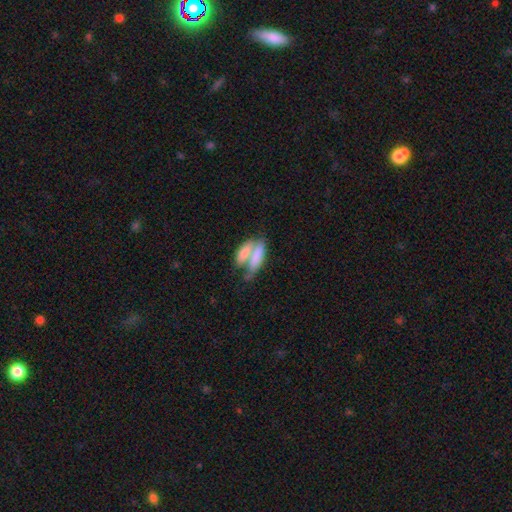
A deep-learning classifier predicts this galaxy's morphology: A smooth galaxy with no disk features (71%) that is in between round and cigar-shaped (70%). Merging: merger (67%).